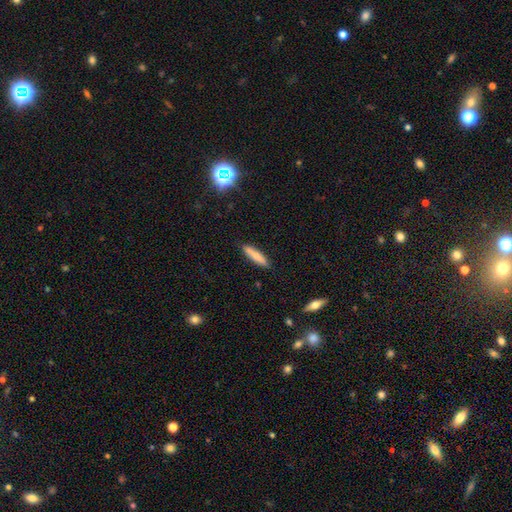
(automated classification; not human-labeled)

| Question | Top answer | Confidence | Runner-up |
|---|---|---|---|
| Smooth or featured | smooth | 80% | featured or disk (14%) |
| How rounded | cigar-shaped | 84% | in between (15%) |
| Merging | none | 88% | minor disturbance (9%) |